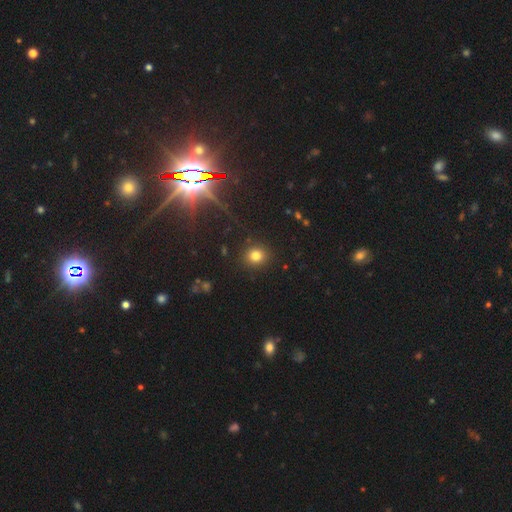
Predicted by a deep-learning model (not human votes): Smooth or featured: smooth — 78% (star or artifact — 15%)
How rounded: round — 87% (in between — 12%)
Merging: none — 90% (minor disturbance — 6%)